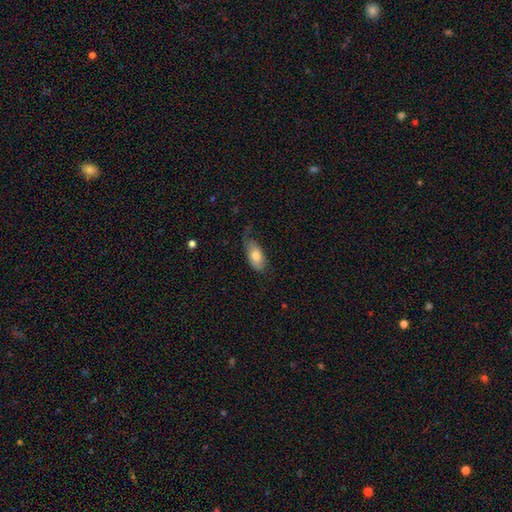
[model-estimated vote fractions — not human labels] Smooth or featured: smooth — 76% (featured or disk — 18%)
How rounded: in between — 91% (cigar-shaped — 6%)
Merging: none — 45% (minor disturbance — 36%)